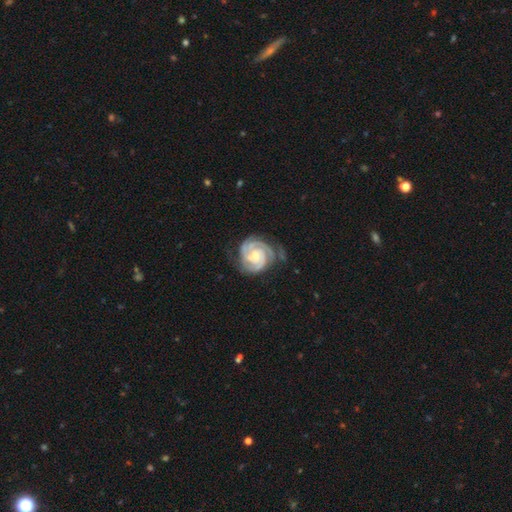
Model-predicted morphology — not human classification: Smooth or featured? featured or disk (93%)
Edge-on disk? no (98%)
Bar? no (64%)
Spiral arms? yes (99%)
Spiral winding? tight (78%)
Spiral arm count? 3 (47%)
Bulge size? small (49%)
Merging? none (70%)